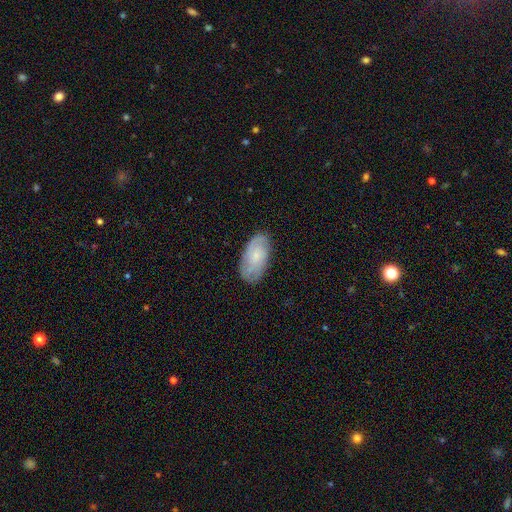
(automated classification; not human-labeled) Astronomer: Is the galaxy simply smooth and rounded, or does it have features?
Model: featured or disk — 50% (runner-up: smooth, 43%).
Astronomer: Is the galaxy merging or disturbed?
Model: none — 79%.